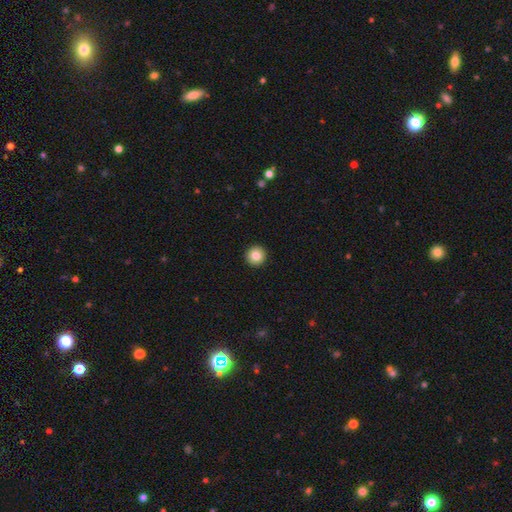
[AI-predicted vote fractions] This is clearly a smooth galaxy (83%). How rounded: clearly round (96%). Merging: clearly none (94%).